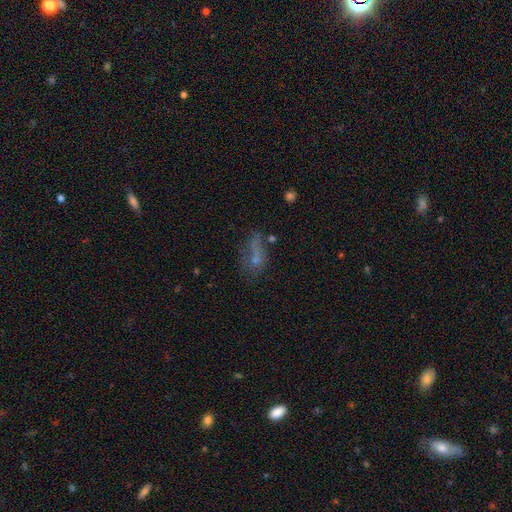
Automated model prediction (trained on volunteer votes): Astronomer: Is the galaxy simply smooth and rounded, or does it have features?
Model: smooth — 49% (runner-up: featured or disk, 29%).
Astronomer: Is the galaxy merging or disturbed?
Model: none — 39% (runner-up: major disturbance, 29%).